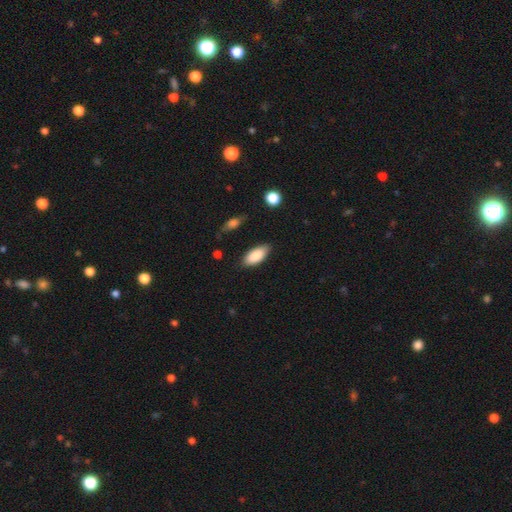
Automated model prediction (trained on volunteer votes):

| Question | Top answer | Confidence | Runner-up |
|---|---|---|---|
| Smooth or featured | smooth | 87% | featured or disk (6%) |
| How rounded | in between | 88% | cigar-shaped (10%) |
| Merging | none | 81% | minor disturbance (14%) |